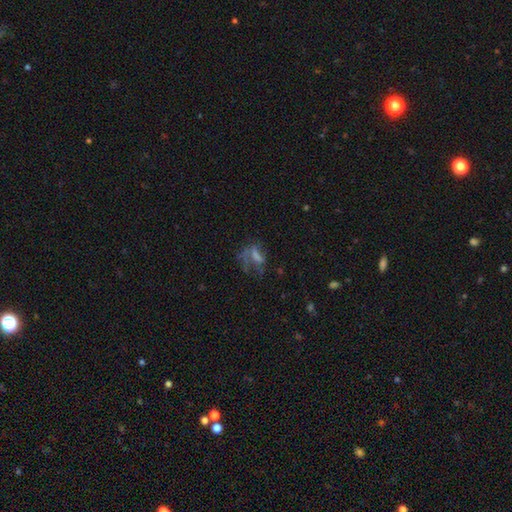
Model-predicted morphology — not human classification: smooth_or_featured: featured or disk (p=0.42) [alt: smooth p=0.39]
merging: major disturbance (p=0.46) [alt: none p=0.30]